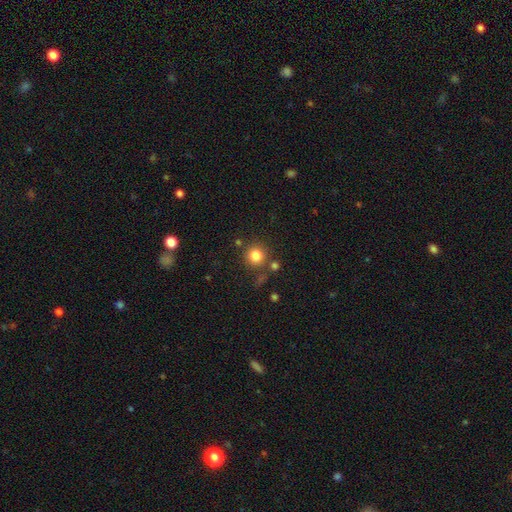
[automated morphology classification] Q: Smooth or featured?
A: smooth (82%); runner-up: star or artifact (12%)
Q: How rounded?
A: round (93%); runner-up: in between (6%)
Q: Merging?
A: none (78%); runner-up: minor disturbance (9%)